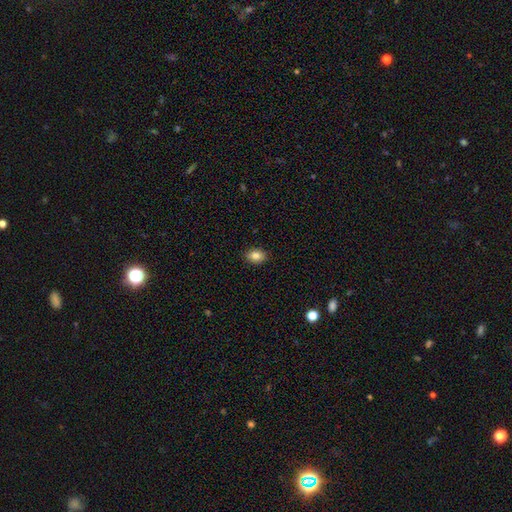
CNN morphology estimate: smooth 84%, star or artifact 9%, featured or disk 7%. Down the decision tree: how rounded — in between (68%); merging — none (89%).